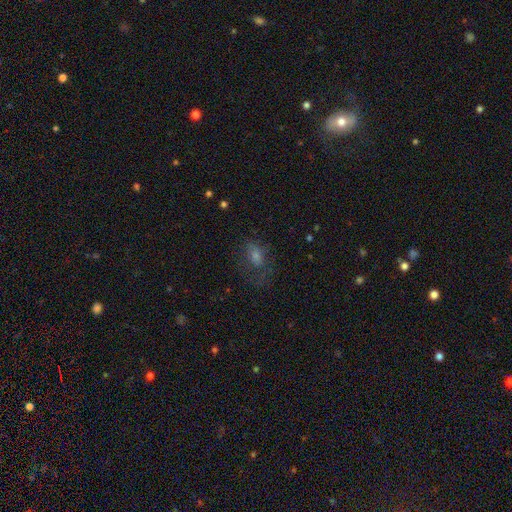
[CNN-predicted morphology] smooth-or-featured: smooth: 50% | featured or disk: 28% | star or artifact: 22%
  merging: none: 49% | major disturbance: 28% | minor disturbance: 20% | merger: 2%